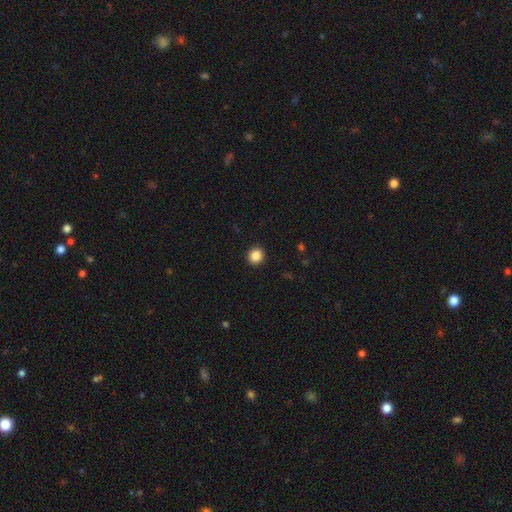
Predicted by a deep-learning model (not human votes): This appears to be a smooth galaxy with no disk features (86%) that is round (90%). Merging: none (93%).